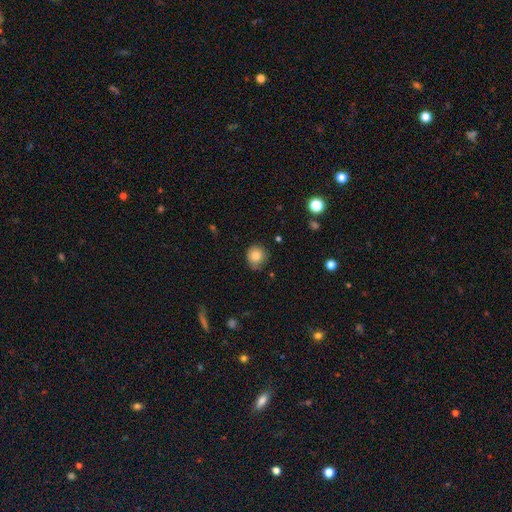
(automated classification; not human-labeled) This appears to be a smooth galaxy with no disk features (83%) that is round (89%). Merging: none (75%).